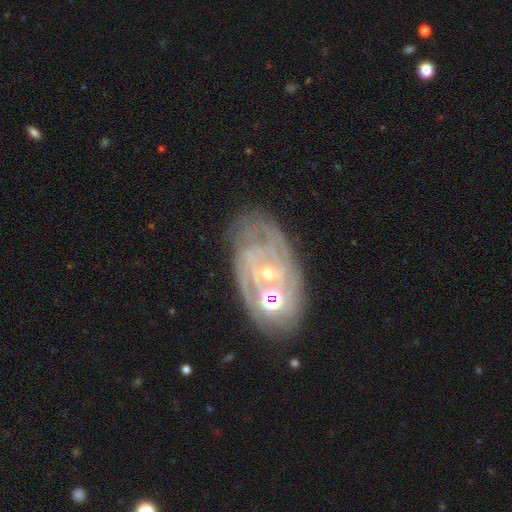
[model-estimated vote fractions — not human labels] Smooth or featured?
  - featured or disk: 77% *
  - smooth: 13%
  - star or artifact: 11%
Edge-on disk?
  - no: 95% *
  - yes: 5%
Bar?
  - no: 67% *
  - weak: 24%
  - strong: 8%
Spiral arms?
  - yes: 84% *
  - no: 16%
Spiral winding?
  - tight: 72% *
  - medium: 21%
  - loose: 7%
Spiral arm count?
  - can't tell: 42% *
  - 2: 21%
  - 3: 14%
  - 4: 9%
  - more than 4: 7%
  - 1: 6%
Bulge size?
  - small: 63% *
  - moderate: 31%
  - large: 3%
  - none: 3%
  - dominant: 1%
Merging?
  - none: 68% *
  - minor disturbance: 16%
  - merger: 9%
  - major disturbance: 7%